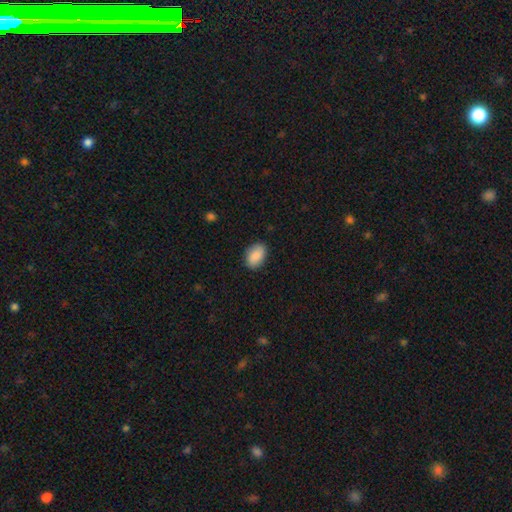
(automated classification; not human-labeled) This appears to be a smooth galaxy with no disk features (88%) that is in between round and cigar-shaped (87%). Merging: none (85%).